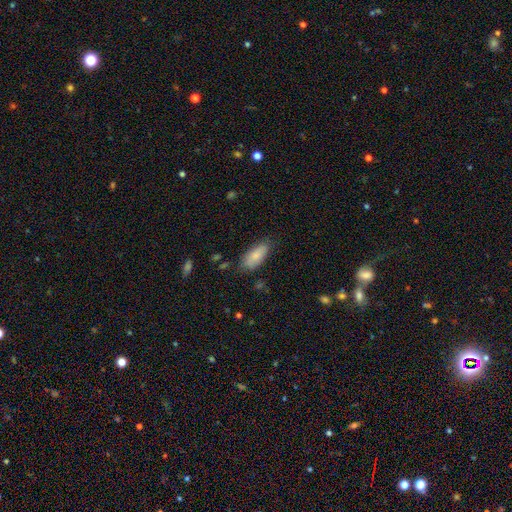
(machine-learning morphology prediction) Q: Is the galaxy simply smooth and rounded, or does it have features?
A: smooth — 83%.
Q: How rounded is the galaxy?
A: in between — 86%.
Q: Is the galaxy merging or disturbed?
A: none — 74%.